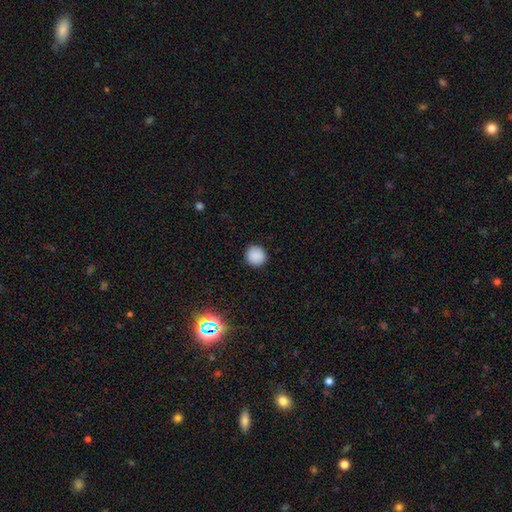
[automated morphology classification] Smooth or featured? smooth (88%)
How rounded? round (93%)
Merging? none (91%)